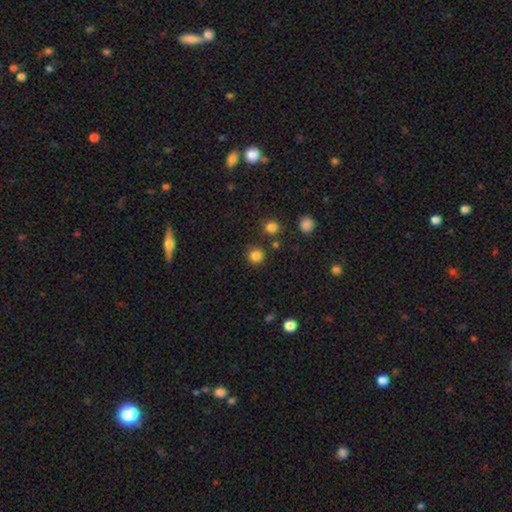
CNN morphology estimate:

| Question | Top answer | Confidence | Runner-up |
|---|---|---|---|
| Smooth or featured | smooth | 83% | star or artifact (13%) |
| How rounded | round | 92% | in between (7%) |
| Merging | none | 85% | minor disturbance (7%) |